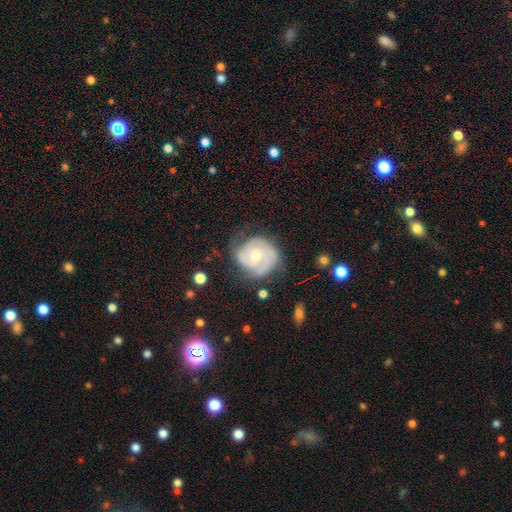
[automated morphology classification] smooth-or-featured: featured or disk: 79% | smooth: 15% | star or artifact: 6%
  disk-edge-on: no: 98% | yes: 2%
    bar: no: 64% | weak: 31% | strong: 5%
    has-spiral-arms: yes: 94% | no: 6%
      spiral-winding: tight: 56% | medium: 35% | loose: 9%
      spiral-arm-count: 3: 33% (tied) | 2: 33% (tied) | can't tell: 21% | 1: 5% | 4: 5% | more than 4: 3%
    bulge-size: moderate: 49% | small: 47% | large: 2% | none: 2% | dominant: 1%
  merging: none: 60% | minor disturbance: 26% | major disturbance: 12% | merger: 2%